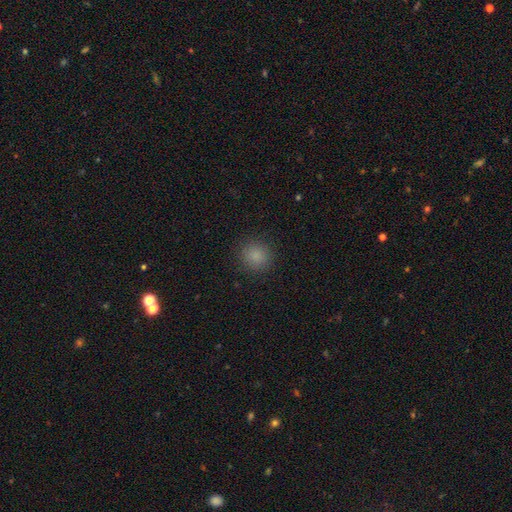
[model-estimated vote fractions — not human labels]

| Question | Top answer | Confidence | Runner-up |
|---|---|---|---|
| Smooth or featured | smooth | 85% | star or artifact (11%) |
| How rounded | round | 87% | in between (12%) |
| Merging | none | 89% | minor disturbance (7%) |